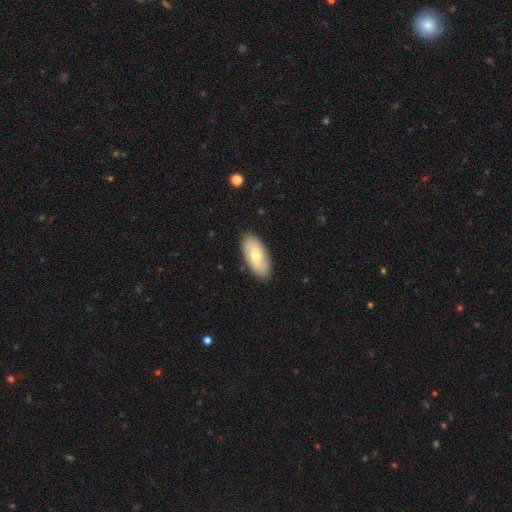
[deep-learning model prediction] A smooth galaxy with no disk features (61%) that is in between round and cigar-shaped (88%).

Vote fractions:
- Smooth or featured? smooth: 61% / featured or disk: 34% / star or artifact: 5%
- How rounded? in between: 88% / cigar-shaped: 9% / round: 3%
- Merging? none: 89% / minor disturbance: 8% / major disturbance: 2% / merger: 1%